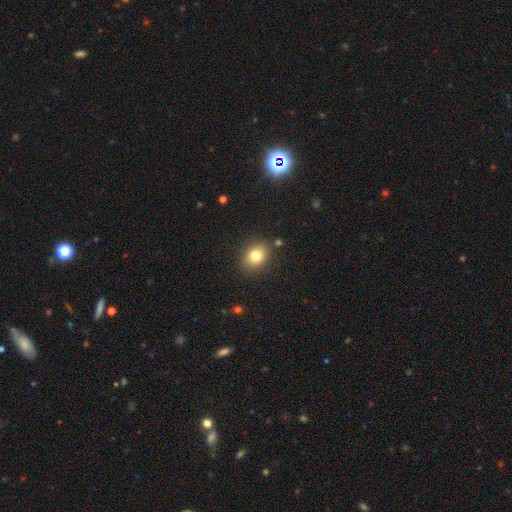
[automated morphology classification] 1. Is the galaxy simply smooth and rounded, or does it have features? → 81% smooth, 11% star or artifact, 9% featured or disk.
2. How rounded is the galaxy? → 51% in between, 48% round, 1% cigar-shaped.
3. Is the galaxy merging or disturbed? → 85% none, 10% minor disturbance, 3% major disturbance, 3% merger.